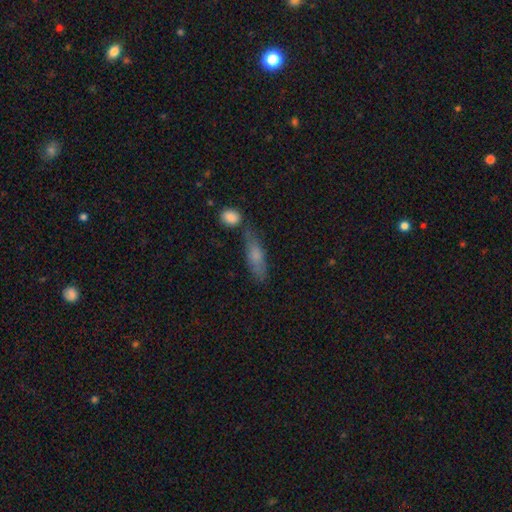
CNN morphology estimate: A smooth galaxy with no disk features (70%) that is cigar-shaped (50%). Merging: none (62%).